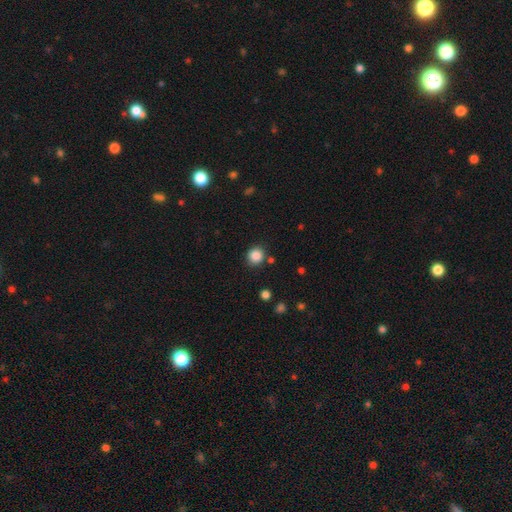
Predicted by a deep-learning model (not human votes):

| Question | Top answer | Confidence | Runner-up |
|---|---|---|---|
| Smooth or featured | smooth | 86% | star or artifact (11%) |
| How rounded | round | 87% | in between (12%) |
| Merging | none | 84% | minor disturbance (9%) |